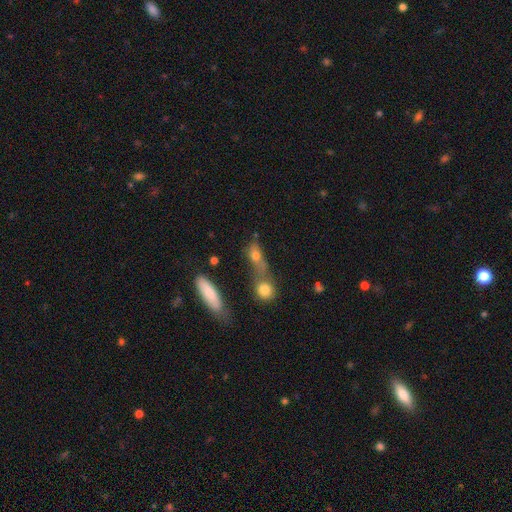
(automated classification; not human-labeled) Morphology: type=smooth (71%); roundness=in between (51%); merging=merger (48%).